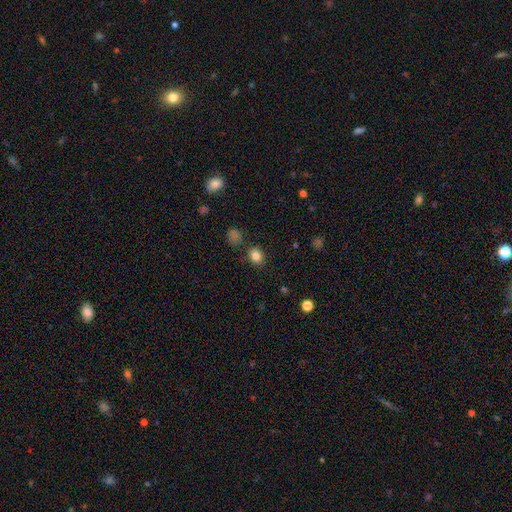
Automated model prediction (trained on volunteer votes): A smooth galaxy with no disk features (83%) that is round (59%). Merging: none (84%).